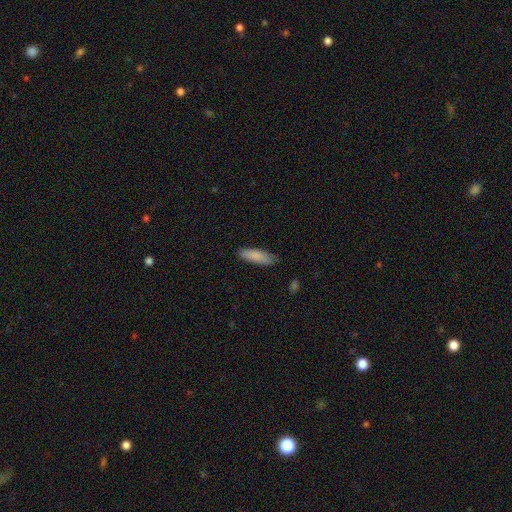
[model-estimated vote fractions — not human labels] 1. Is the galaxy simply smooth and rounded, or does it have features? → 86% smooth, 8% featured or disk, 6% star or artifact.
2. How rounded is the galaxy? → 50% cigar-shaped, 49% in between, 1% round.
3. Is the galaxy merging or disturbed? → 81% none, 15% minor disturbance, 2% major disturbance, 1% merger.